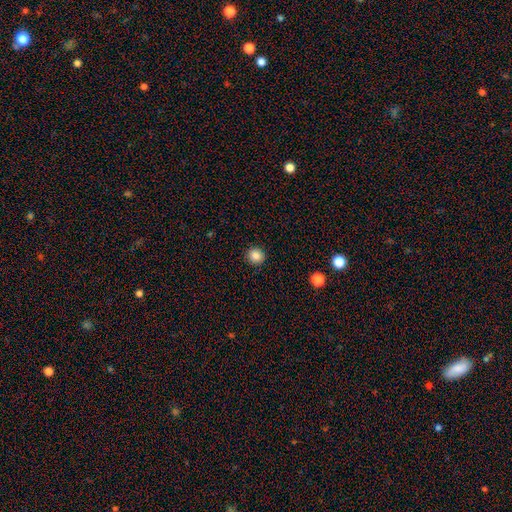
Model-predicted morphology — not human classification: This is clearly a smooth galaxy (85%). How rounded: clearly round (89%). Merging: clearly none (92%).